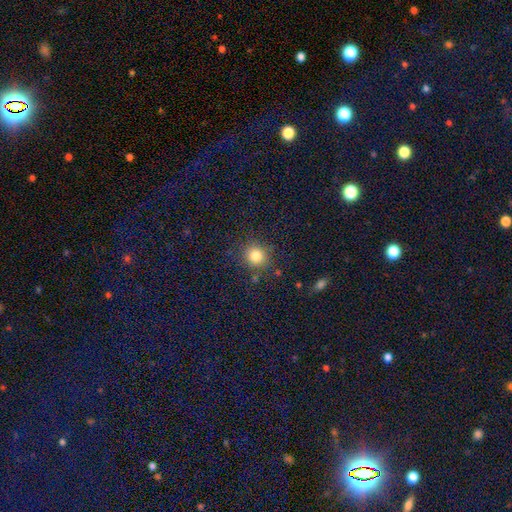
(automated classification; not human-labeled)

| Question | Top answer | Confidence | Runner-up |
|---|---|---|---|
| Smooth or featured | smooth | 82% | star or artifact (13%) |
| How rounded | round | 88% | in between (11%) |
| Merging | none | 83% | minor disturbance (10%) |